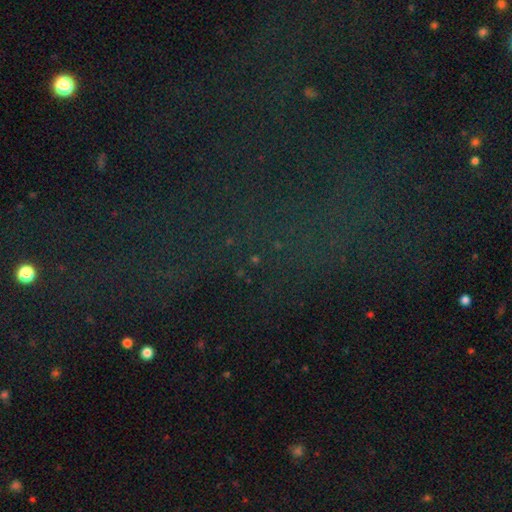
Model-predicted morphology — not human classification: Smooth or featured? star or artifact (77%)